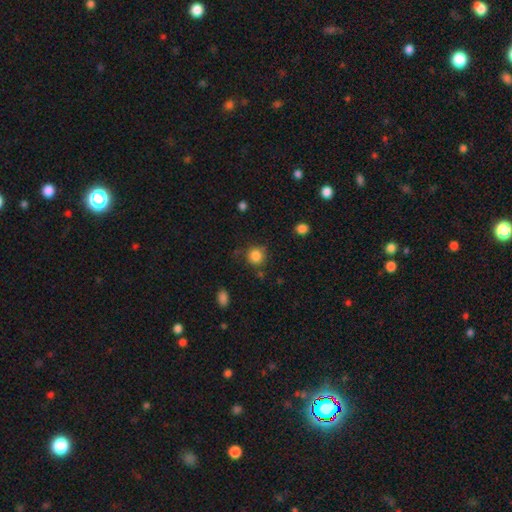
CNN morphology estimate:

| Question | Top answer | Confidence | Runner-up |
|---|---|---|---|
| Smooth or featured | smooth | 84% | star or artifact (11%) |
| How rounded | round | 88% | in between (11%) |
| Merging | none | 77% | minor disturbance (14%) |